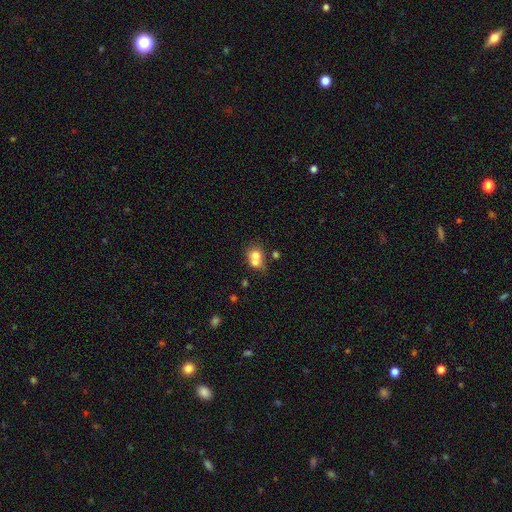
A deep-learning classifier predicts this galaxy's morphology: smooth_or_featured: smooth (p=0.68) [alt: featured or disk p=0.21]
how_rounded: round (p=0.67) [alt: in between p=0.32]
merging: merger (p=0.61) [alt: none p=0.27]